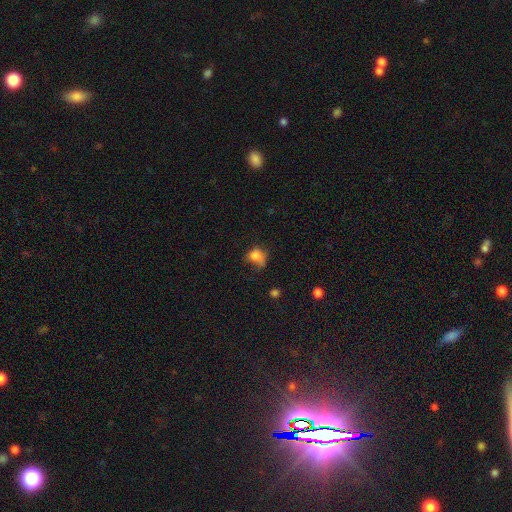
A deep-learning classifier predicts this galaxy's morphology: Smooth or featured? smooth (75%)
How rounded? round (50%)
Merging? minor disturbance (32%, tied with none)